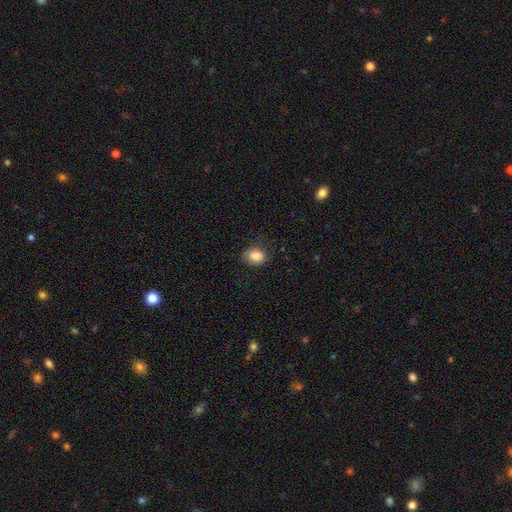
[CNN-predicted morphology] A smooth galaxy with no disk features (86%) that is in between round and cigar-shaped (58%). Merging: none (79%).